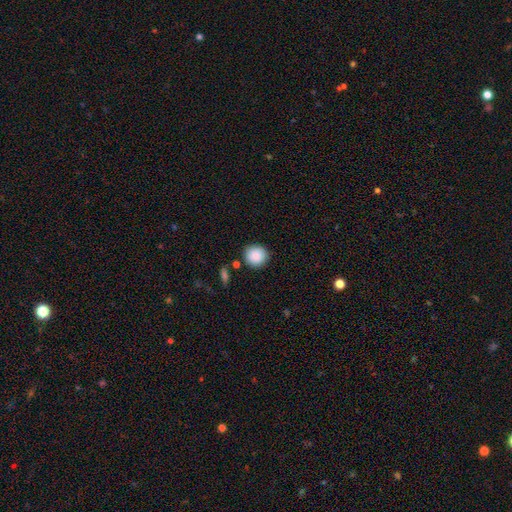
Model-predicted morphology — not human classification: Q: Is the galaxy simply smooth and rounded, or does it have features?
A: smooth — 89%.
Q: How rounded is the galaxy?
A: round — 91%.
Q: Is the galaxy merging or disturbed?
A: none — 86%.